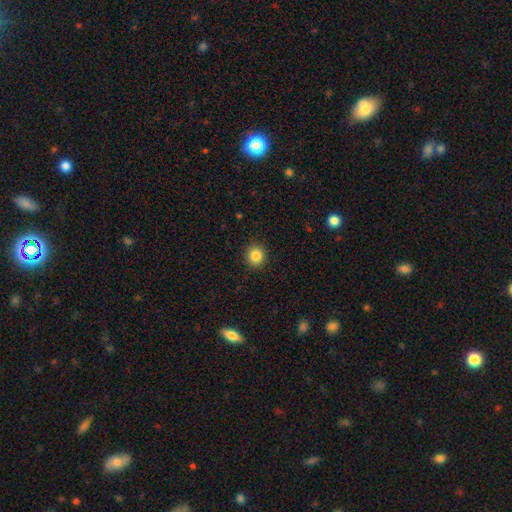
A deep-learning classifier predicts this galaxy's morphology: This appears to be a smooth galaxy with no disk features (85%) that is round (90%). Merging: none (91%).